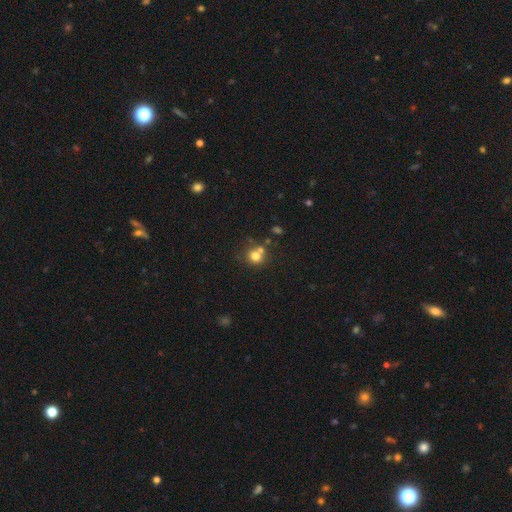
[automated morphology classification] smooth 75%, star or artifact 14%, featured or disk 11%. Down the decision tree: how rounded — round (85%); merging — none (53%).